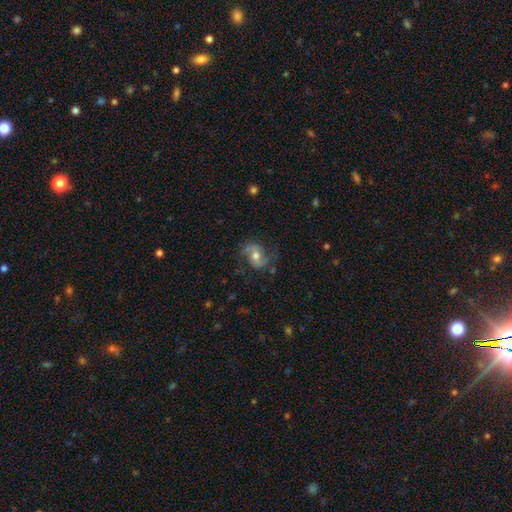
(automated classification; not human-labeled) A featured or disk galaxy (70%) with no bar (42%), 2 (88%) medium (44%) spiral arms (89%) and a moderate central bulge (72%). Merging: none (68%).